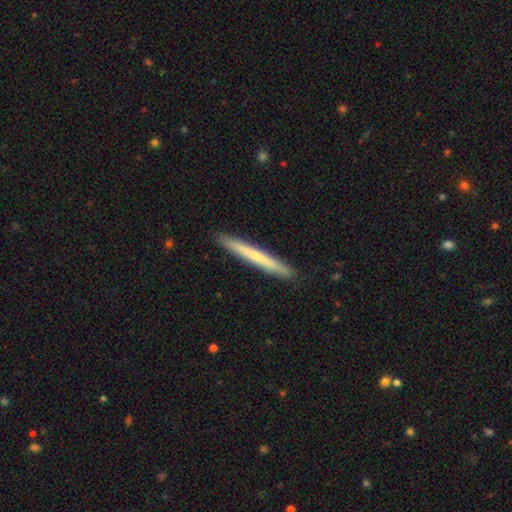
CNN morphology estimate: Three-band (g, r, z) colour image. It shows a smooth galaxy with no disk features (58%) that is cigar-shaped (97%). Merging: none (92%).